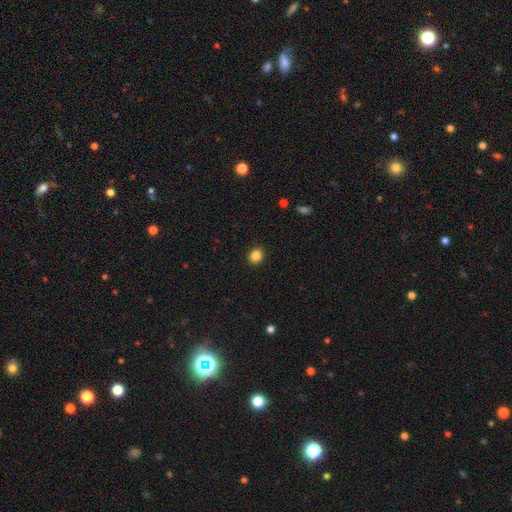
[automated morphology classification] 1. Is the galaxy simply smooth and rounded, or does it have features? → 85% smooth, 11% star or artifact, 4% featured or disk.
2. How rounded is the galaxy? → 76% round, 23% in between, 1% cigar-shaped.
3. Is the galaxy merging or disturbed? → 92% none, 5% minor disturbance, 2% major disturbance, 1% merger.